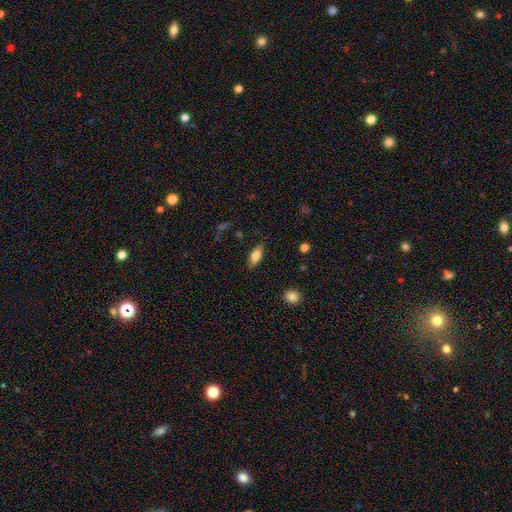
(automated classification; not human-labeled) Smooth or featured?
  - smooth: 79% *
  - featured or disk: 14%
  - star or artifact: 7%
How rounded?
  - in between: 81% *
  - cigar-shaped: 17%
  - round: 3%
Merging?
  - none: 83% *
  - minor disturbance: 13%
  - major disturbance: 3%
  - merger: 1%